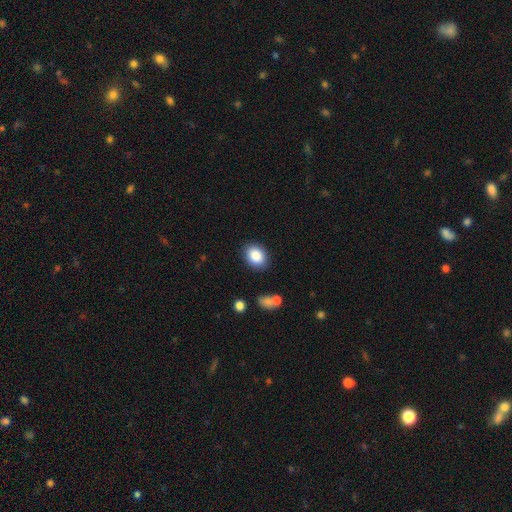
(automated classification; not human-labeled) Morphology: type=smooth (86%); roundness=in between (64%); merging=none (85%).